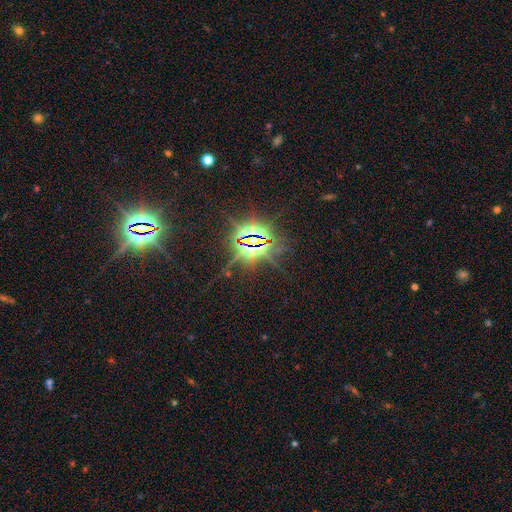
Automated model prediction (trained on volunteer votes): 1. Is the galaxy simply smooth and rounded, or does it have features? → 86% star or artifact, 7% smooth, 7% featured or disk.